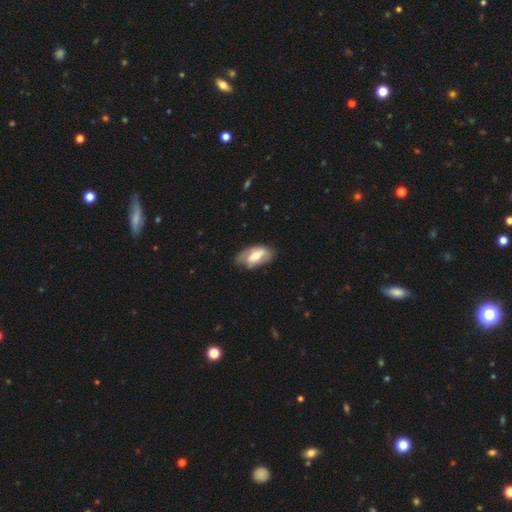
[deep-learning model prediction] The model was most divided on "smooth or featured": featured or disk: 49%, smooth: 44%, star or artifact: 6%. More confident: merging — none (63%).